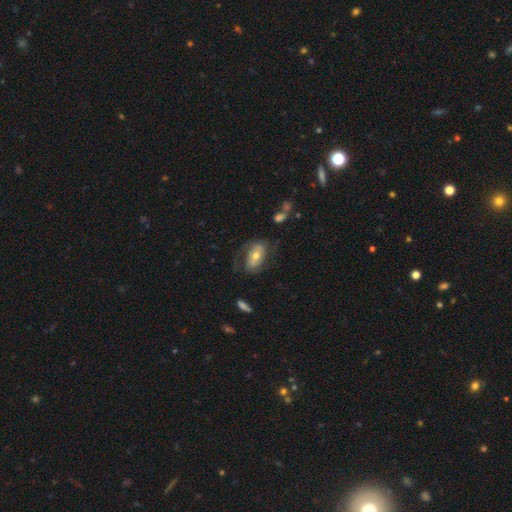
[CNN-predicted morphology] This is possibly a featured or disk galaxy (53%). It is clearly not viewed edge-on (92%). Merging: possibly none (54%).